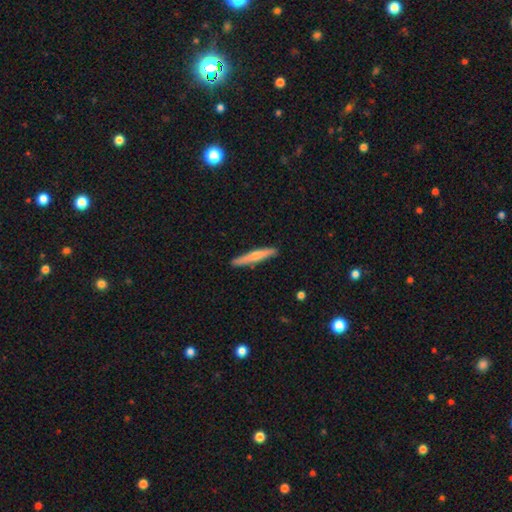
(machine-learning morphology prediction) Smooth or featured? smooth (54%)
How rounded? cigar-shaped (93%)
Merging? none (88%)